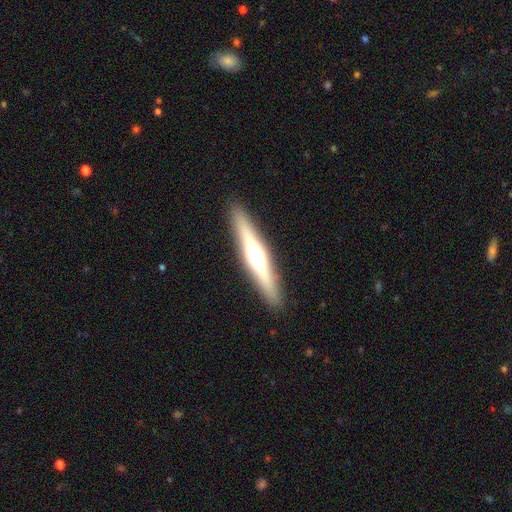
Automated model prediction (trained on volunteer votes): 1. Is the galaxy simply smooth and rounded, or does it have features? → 63% featured or disk, 32% smooth, 6% star or artifact.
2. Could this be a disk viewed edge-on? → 95% yes, 5% no.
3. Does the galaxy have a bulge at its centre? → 87% rounded, 7% boxy, 6% none.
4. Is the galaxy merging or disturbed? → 91% none, 7% minor disturbance, 2% major disturbance, 1% merger.